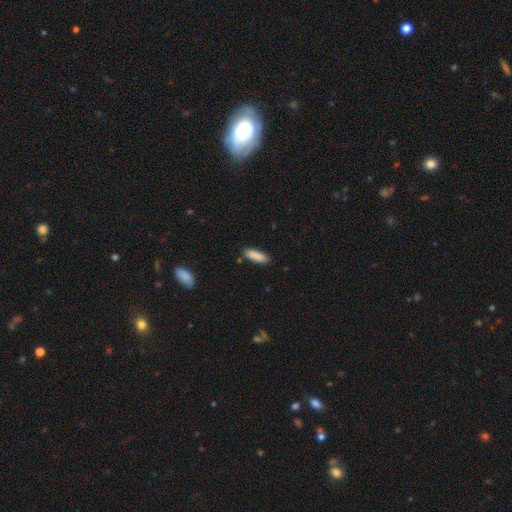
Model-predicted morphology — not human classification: smooth 89%, star or artifact 6%, featured or disk 5%. Down the decision tree: how rounded — cigar-shaped (56%); merging — none (85%).